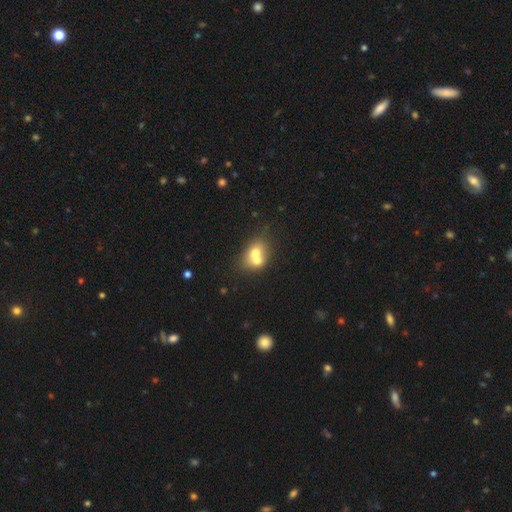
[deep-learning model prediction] Smooth or featured? smooth (64%)
How rounded? round (52%)
Merging? merger (66%)